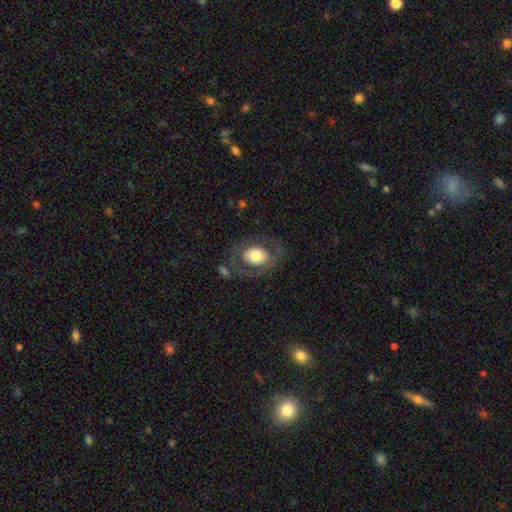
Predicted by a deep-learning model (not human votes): Overall: smooth (53%; featured or disk 40%). How rounded: in between (60%; round 39%). Merging: none (68%).